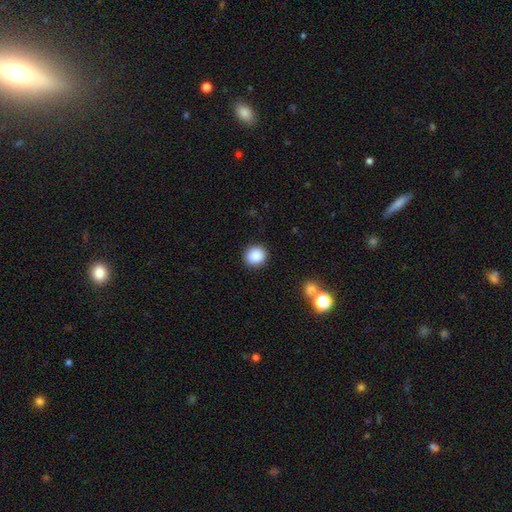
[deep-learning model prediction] smooth_or_featured: smooth (p=0.88) [alt: star or artifact p=0.09]
how_rounded: round (p=0.89) [alt: in between p=0.10]
merging: none (p=0.90) [alt: minor disturbance p=0.06]